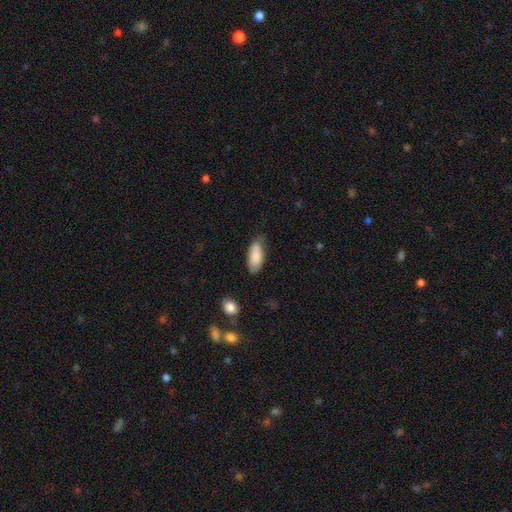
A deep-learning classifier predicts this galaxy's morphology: smooth 85%, featured or disk 9%, star or artifact 6%. Down the decision tree: how rounded — in between (85%); merging — none (64%).